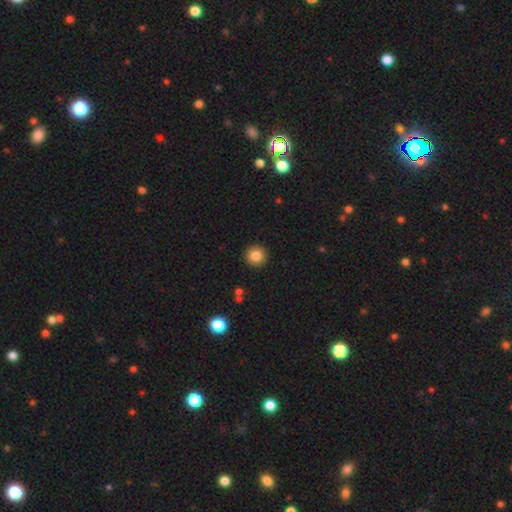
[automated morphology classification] Overall: smooth (84%). How rounded: round (95%). Merging: none (93%).